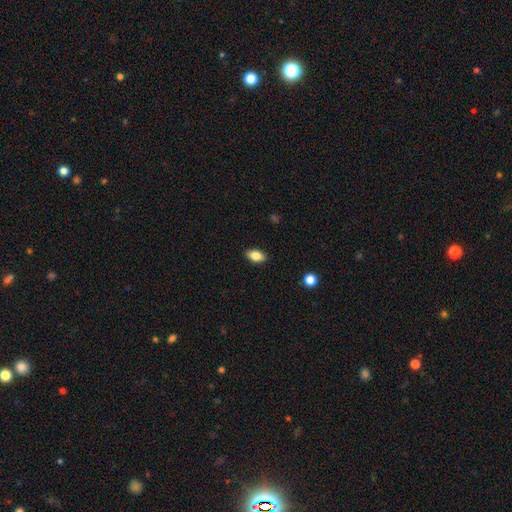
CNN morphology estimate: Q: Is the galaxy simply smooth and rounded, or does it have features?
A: smooth — 82%.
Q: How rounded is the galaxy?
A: in between — 89%.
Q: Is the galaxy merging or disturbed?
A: none — 88%.